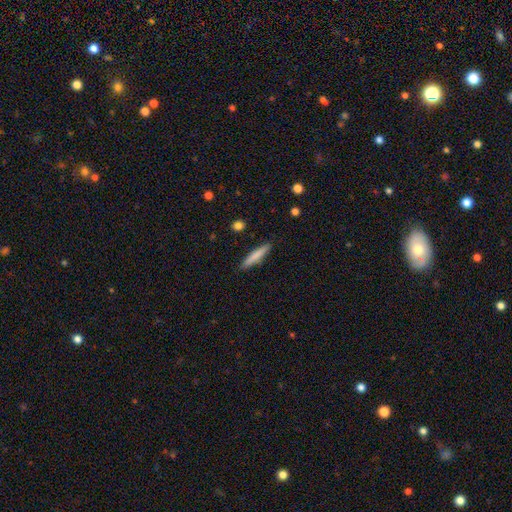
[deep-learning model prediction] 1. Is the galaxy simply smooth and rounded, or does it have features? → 78% smooth, 16% featured or disk, 6% star or artifact.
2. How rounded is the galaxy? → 91% cigar-shaped, 7% in between, 1% round.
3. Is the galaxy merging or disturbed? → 89% none, 8% minor disturbance, 2% major disturbance, 1% merger.